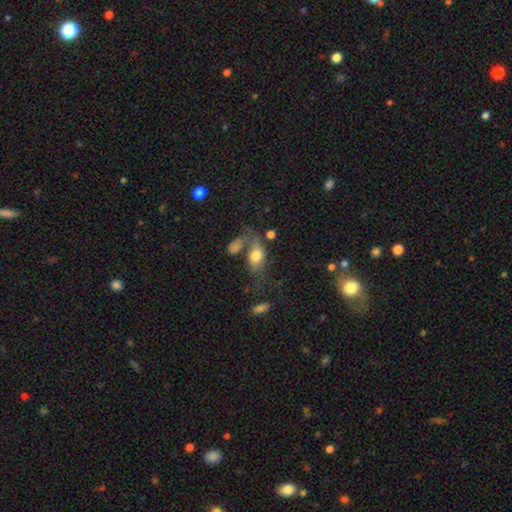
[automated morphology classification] type=smooth (63%); roundness=in between (81%); merging=none (37%).